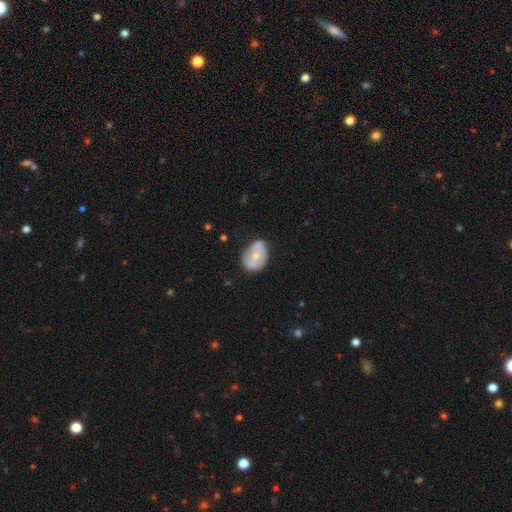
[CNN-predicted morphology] Smooth or featured? featured or disk (52%)
Edge-on disk? no (96%)
Merging? none (50%)